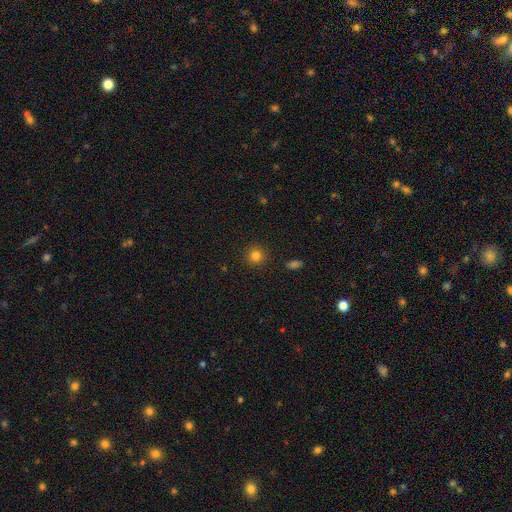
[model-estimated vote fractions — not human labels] Smooth or featured? smooth (81%)
How rounded? round (93%)
Merging? none (91%)